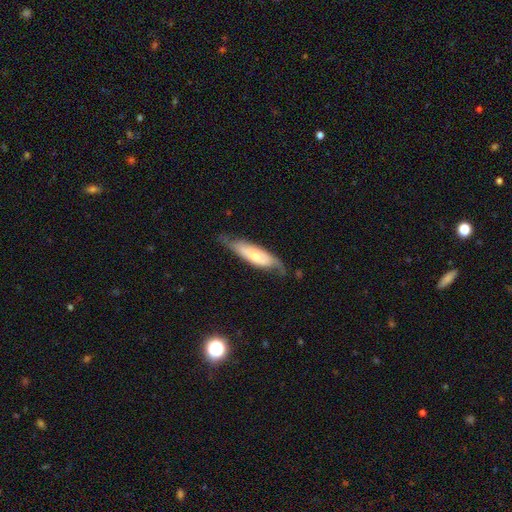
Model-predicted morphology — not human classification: A featured or disk galaxy (51%). Merging: none (57%).